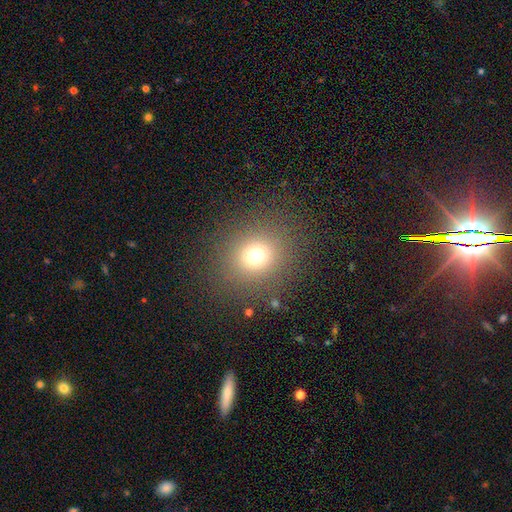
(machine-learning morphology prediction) Smooth or featured? smooth (71%)
How rounded? round (83%)
Merging? none (86%)